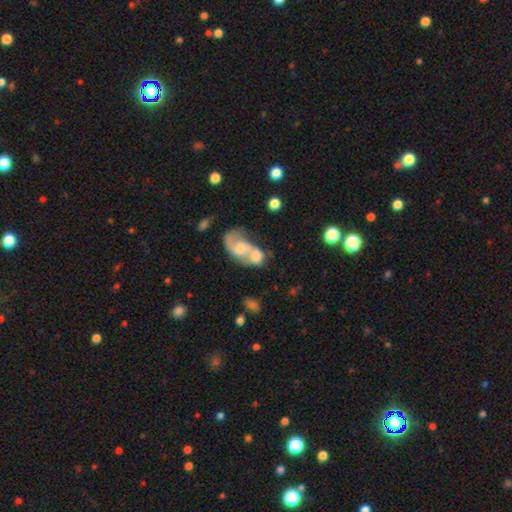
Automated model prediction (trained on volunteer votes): A featured or disk galaxy (57%) with no bar (60%), spiral arms (74%) and a moderate central bulge (43%).

Vote fractions:
- Smooth or featured? featured or disk: 57% / smooth: 34% / star or artifact: 8%
- Edge-on disk? no: 96% / yes: 4%
- Bar? no: 60% / weak: 33% / strong: 7%
- Spiral arms? yes: 74% / no: 26%
- Bulge size? moderate: 43% / small: 34% / none: 12% / large: 9% / dominant: 2%
- Merging? merger: 72% / none: 14% / major disturbance: 8% / minor disturbance: 7%